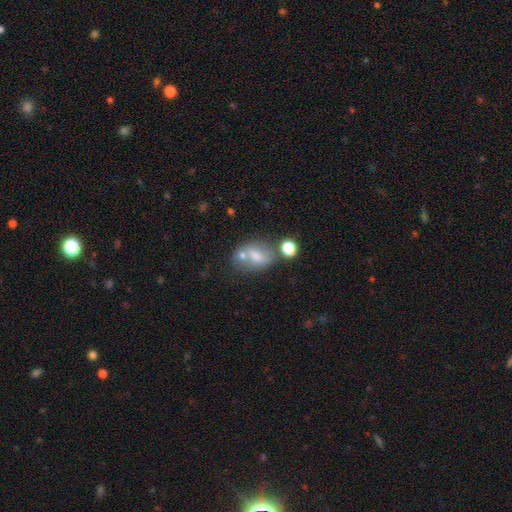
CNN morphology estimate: This appears to be a smooth galaxy with no disk features (58%) that is in between round and cigar-shaped (68%). Merging: none (46%).